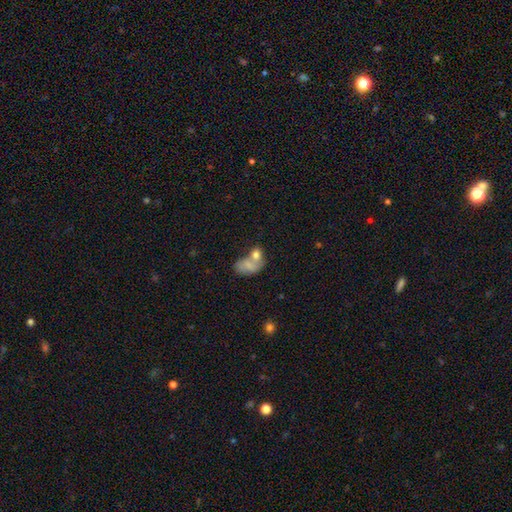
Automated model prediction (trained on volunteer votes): A smooth galaxy with no disk features (72%) that is in between round and cigar-shaped (74%).

Vote fractions:
- Smooth or featured? smooth: 72% / featured or disk: 18% / star or artifact: 9%
- How rounded? in between: 74% / round: 24% / cigar-shaped: 2%
- Merging? merger: 58% / none: 23% / minor disturbance: 11% / major disturbance: 8%